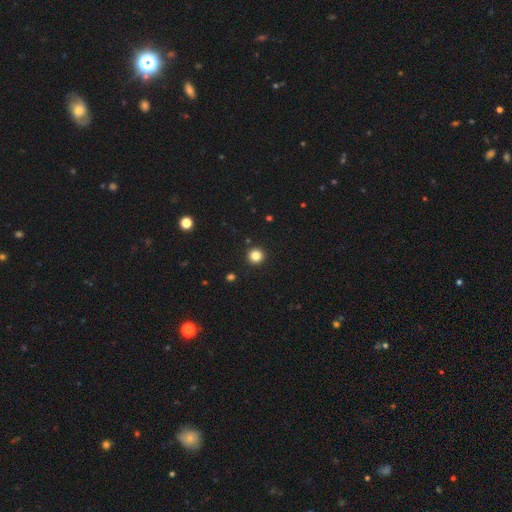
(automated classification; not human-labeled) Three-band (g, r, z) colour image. It shows a smooth galaxy with no disk features (83%) that is round (95%). Merging: none (93%).